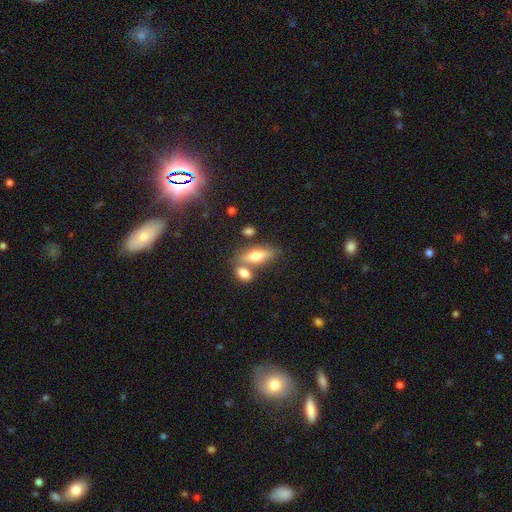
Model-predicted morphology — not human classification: smooth 63%, featured or disk 30%, star or artifact 8%. Down the decision tree: how rounded — in between (67%); merging — none (54%).